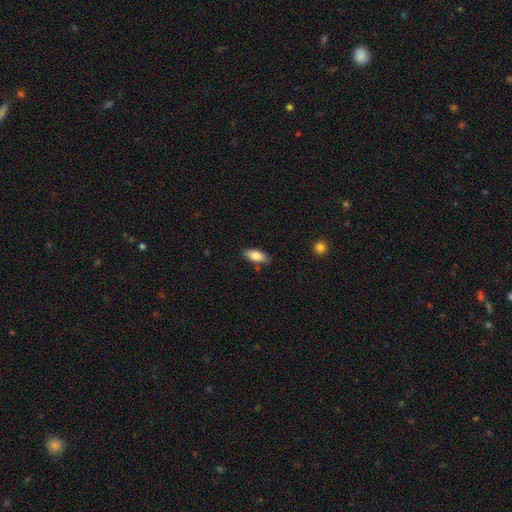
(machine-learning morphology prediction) Q: Smooth or featured?
A: smooth (81%); runner-up: featured or disk (13%)
Q: How rounded?
A: in between (84%); runner-up: cigar-shaped (14%)
Q: Merging?
A: none (83%); runner-up: minor disturbance (13%)